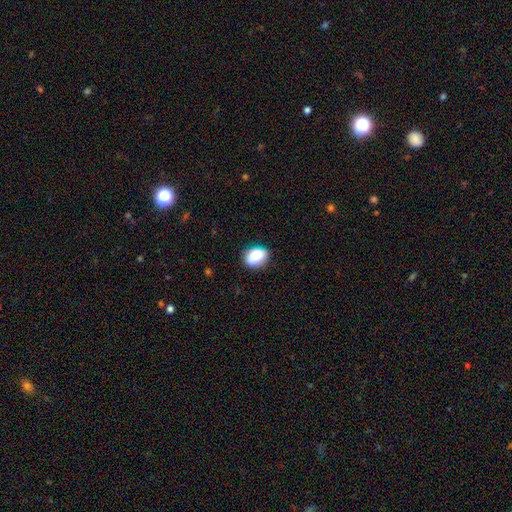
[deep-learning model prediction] smooth 83%, star or artifact 9%, featured or disk 8%. Down the decision tree: how rounded — in between (68%); merging — none (79%).